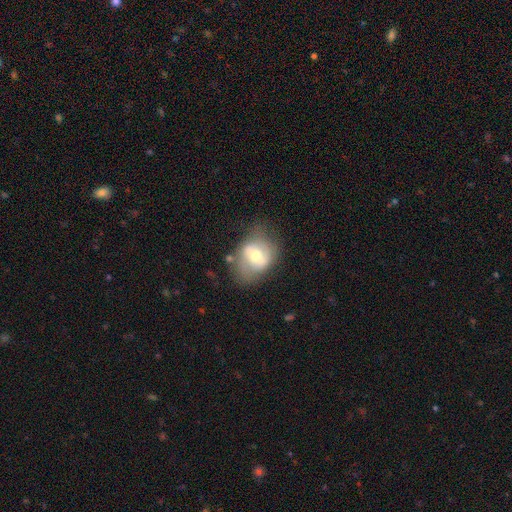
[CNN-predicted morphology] The model was most divided on "bar": no: 46%, weak: 39%, strong: 15%. More confident: edge-on disk — no (96%); bulge size — moderate (64%); spiral arms — yes (63%); merging — none (56%); smooth or featured — featured or disk (53%).